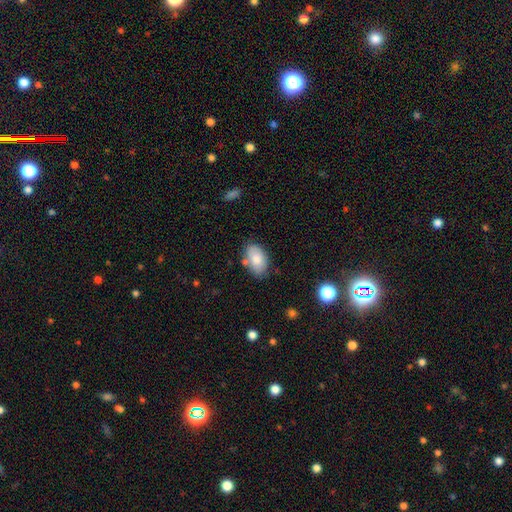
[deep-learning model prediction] The model was most divided on "merging": none: 72%, minor disturbance: 18%, merger: 6%, major disturbance: 4%. More confident: how rounded — in between (92%); smooth or featured — smooth (80%).